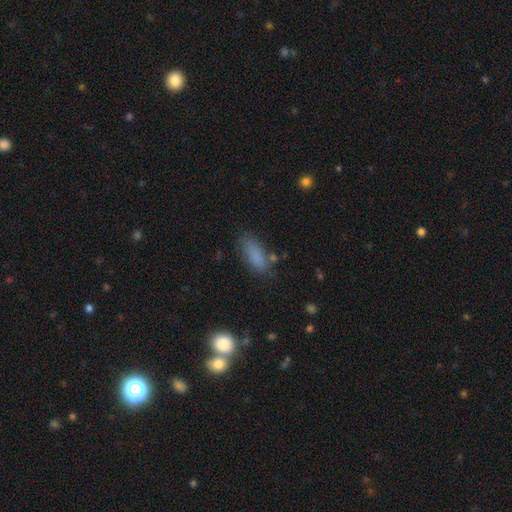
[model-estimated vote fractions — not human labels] This appears to be a smooth galaxy with no disk features (84%) that is in between round and cigar-shaped (77%). Merging: none (73%).